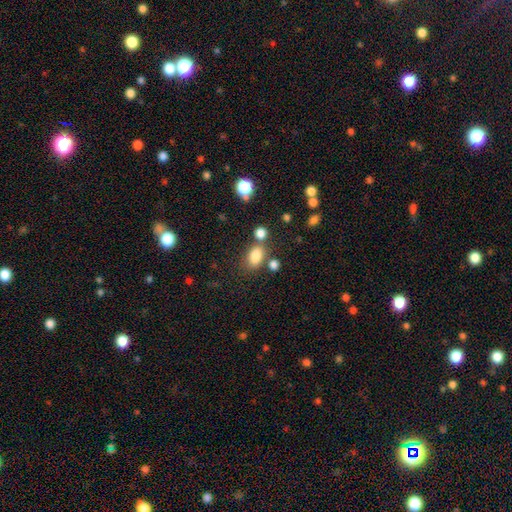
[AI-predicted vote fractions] Smooth or featured? smooth (82%)
How rounded? in between (81%)
Merging? none (62%)